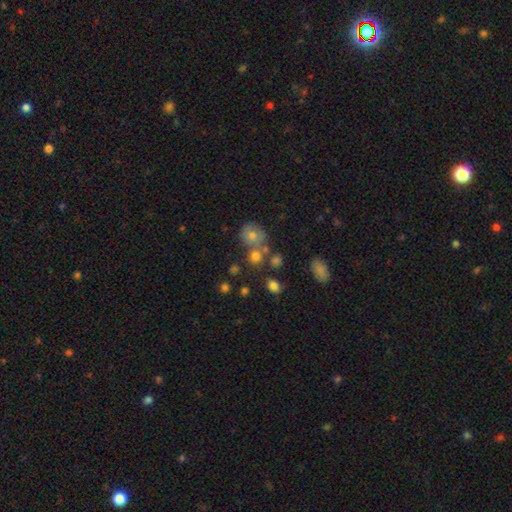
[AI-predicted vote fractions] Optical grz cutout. It shows a smooth galaxy with no disk features (70%) that is round (73%). Merging: none (53%).